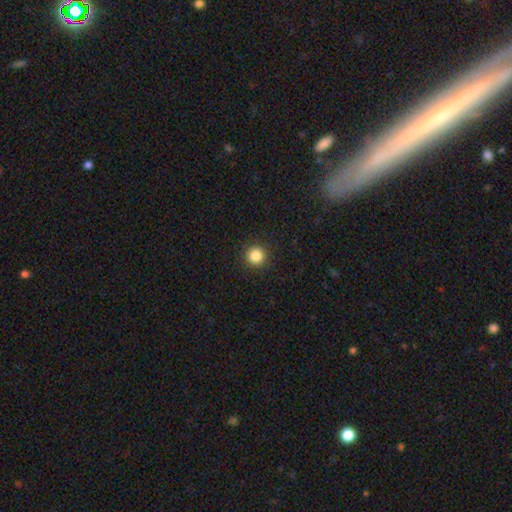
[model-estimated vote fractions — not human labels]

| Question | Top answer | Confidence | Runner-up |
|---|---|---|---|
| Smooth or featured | smooth | 85% | star or artifact (11%) |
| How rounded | round | 96% | in between (4%) |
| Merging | none | 92% | minor disturbance (5%) |